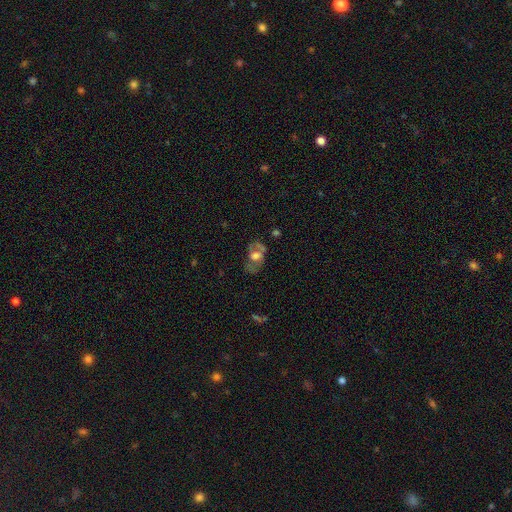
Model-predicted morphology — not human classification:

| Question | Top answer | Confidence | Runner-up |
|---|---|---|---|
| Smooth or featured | featured or disk | 53% | smooth (37%) |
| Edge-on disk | no | 92% | yes (8%) |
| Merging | none | 52% | minor disturbance (22%) |